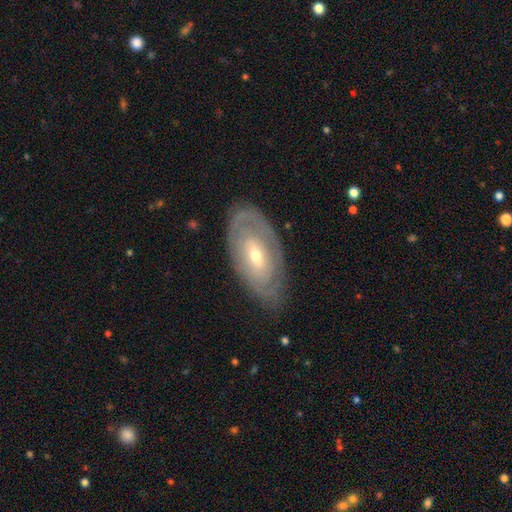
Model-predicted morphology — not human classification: This is likely a featured or disk galaxy (72%). It is clearly not viewed edge-on (91%). Bar: possibly no (55%). Spiral arm pattern: likely yes (68%). Central bulge: possibly small (54%). Merging: likely none (75%).